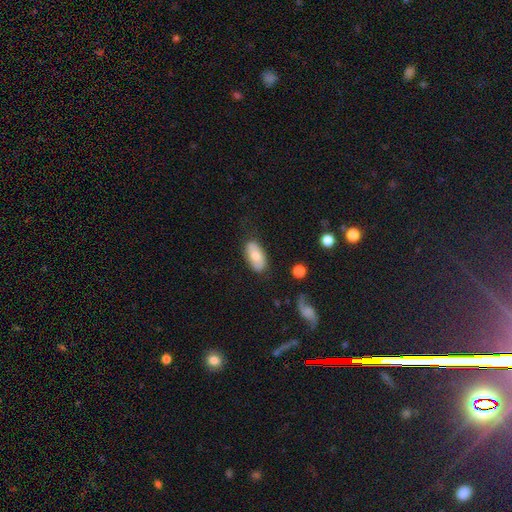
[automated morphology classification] Smooth or featured: smooth — 69% (featured or disk — 25%)
How rounded: in between — 92% (cigar-shaped — 6%)
Merging: none — 77% (minor disturbance — 16%)